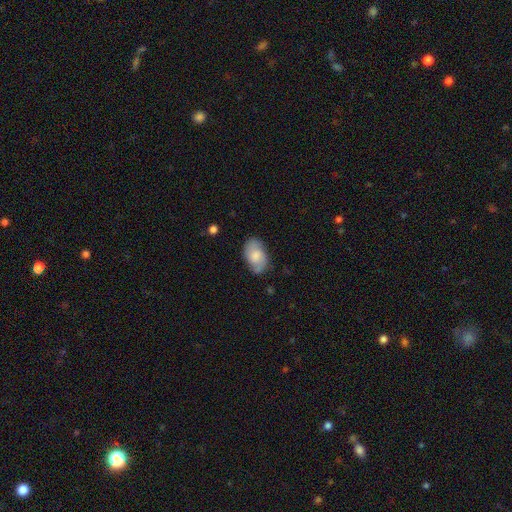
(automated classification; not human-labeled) Smooth or featured? Predicted: smooth (p=0.61). How rounded? Predicted: in between (p=0.91). Merging? Predicted: none (p=0.71).